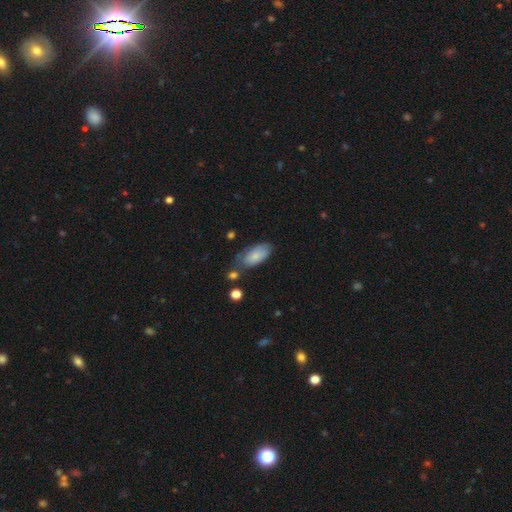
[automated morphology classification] This is likely a smooth galaxy (75%). How rounded: clearly in between (91%). Merging: possibly none (55%).